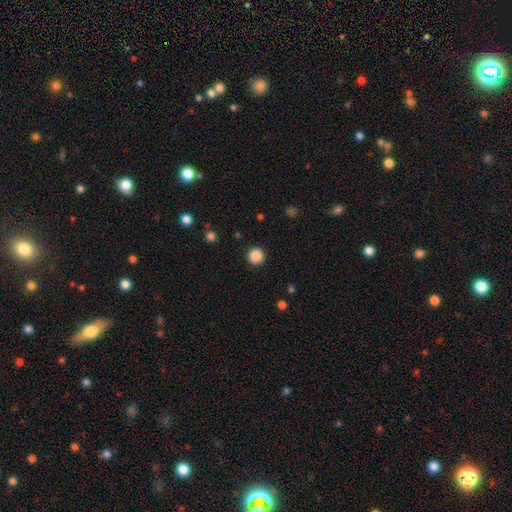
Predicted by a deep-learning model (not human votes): Morphology: type=smooth (87%); roundness=round (96%); merging=none (92%).